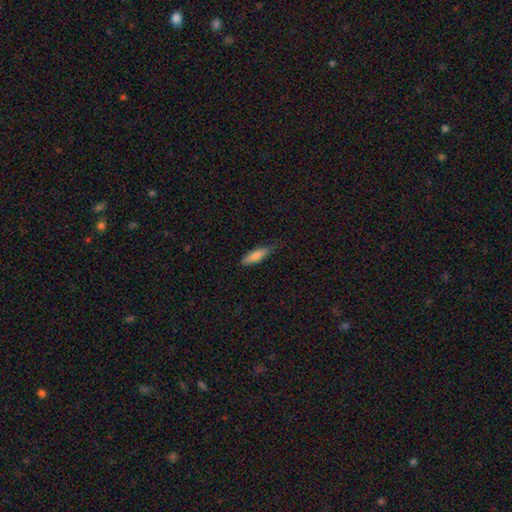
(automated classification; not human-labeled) Q: Smooth or featured?
A: smooth (76%); runner-up: featured or disk (18%)
Q: How rounded?
A: cigar-shaped (60%); runner-up: in between (38%)
Q: Merging?
A: none (74%); runner-up: minor disturbance (21%)